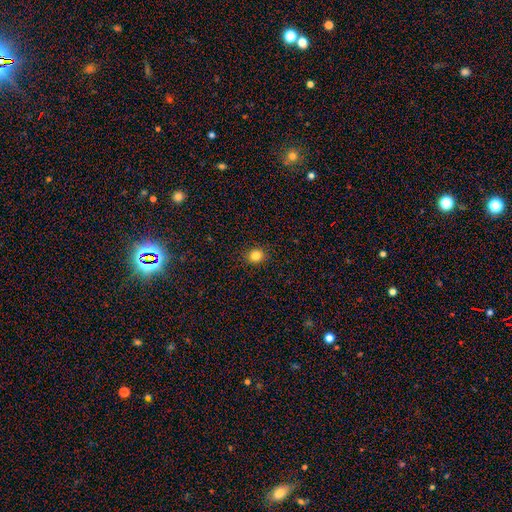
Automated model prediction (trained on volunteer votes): Overall: smooth (83%). How rounded: round (74%). Merging: none (91%).